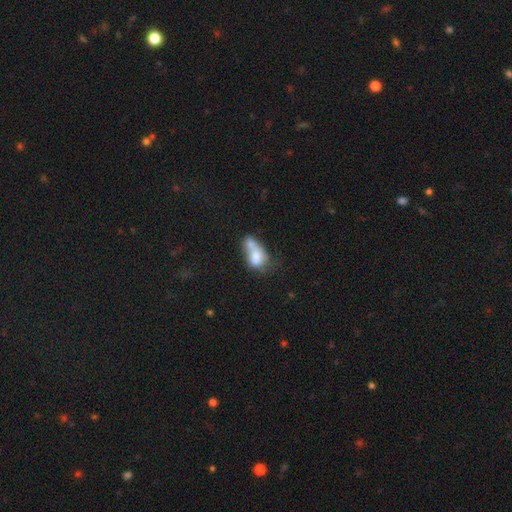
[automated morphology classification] smooth_or_featured: smooth (p=0.67) [alt: featured or disk p=0.24]
how_rounded: in between (p=0.77) [alt: round p=0.19]
merging: merger (p=0.66) [alt: none p=0.14]